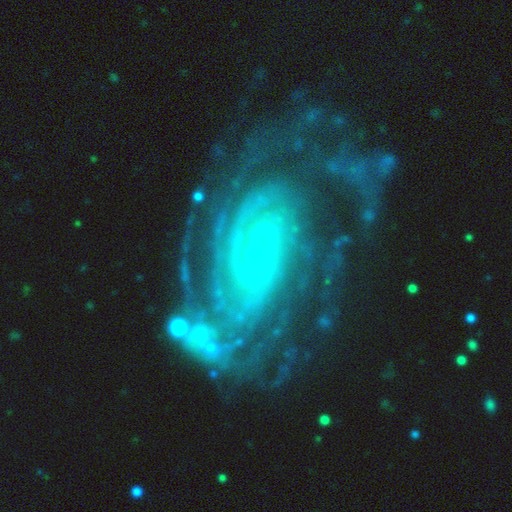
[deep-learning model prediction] A featured or disk galaxy (90%) with no bar (69%), 2 (25%) tight (76%) spiral arms (98%) and a small central bulge (86%). Merging: none (63%).